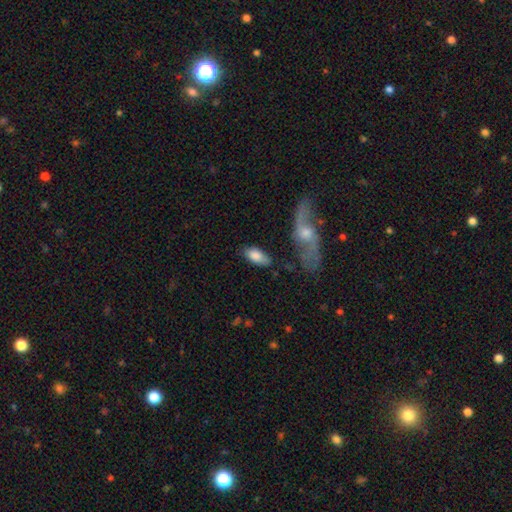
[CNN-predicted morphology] The model was most divided on "merging": none: 66%, minor disturbance: 20%, merger: 7%, major disturbance: 7%. More confident: how rounded — in between (92%); smooth or featured — smooth (79%).